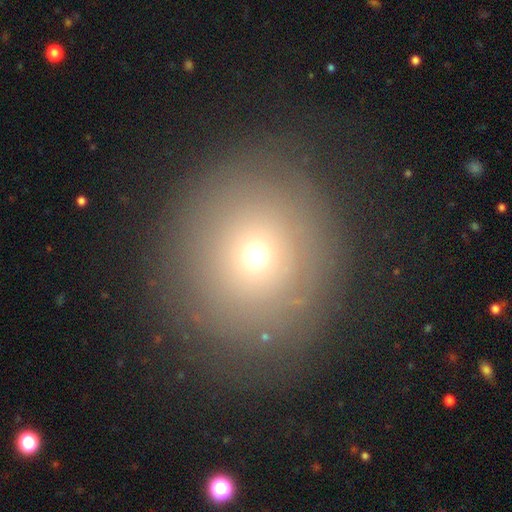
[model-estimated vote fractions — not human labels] smooth-or-featured: smooth: 61% | featured or disk: 22% | star or artifact: 17%
  how-rounded: round: 87% | in between: 12% | cigar-shaped: 1%
  merging: none: 79% | minor disturbance: 12% | major disturbance: 7% | merger: 2%